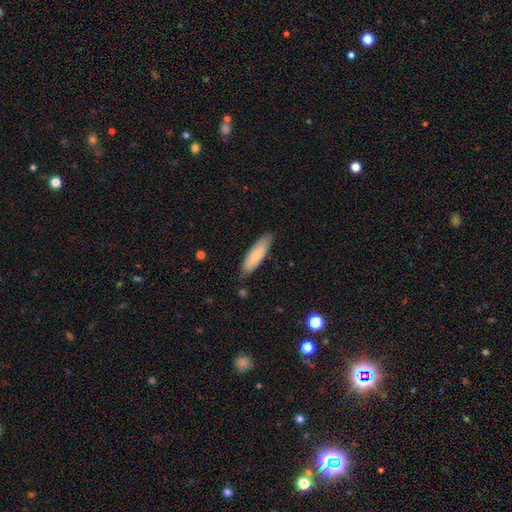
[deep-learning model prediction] Smooth or featured? Predicted: smooth (p=0.73). How rounded? Predicted: cigar-shaped (p=0.56). Merging? Predicted: none (p=0.82).